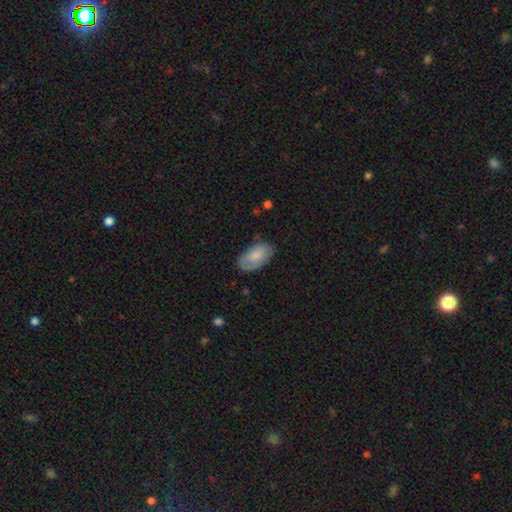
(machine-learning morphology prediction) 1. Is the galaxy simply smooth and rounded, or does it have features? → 76% smooth, 18% featured or disk, 6% star or artifact.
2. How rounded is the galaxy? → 94% in between, 4% round, 2% cigar-shaped.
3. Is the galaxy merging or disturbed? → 69% none, 23% minor disturbance, 6% major disturbance, 1% merger.